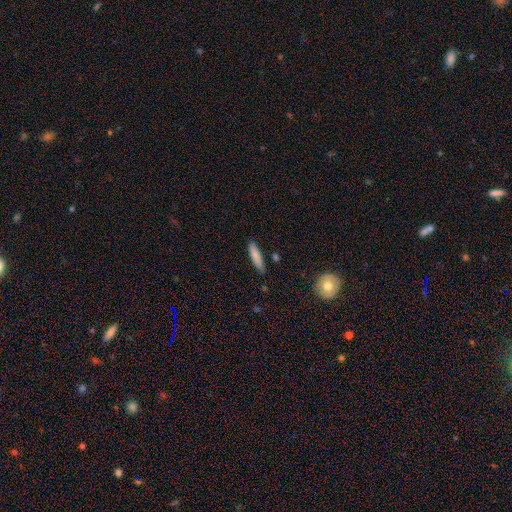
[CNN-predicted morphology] smooth 83%, featured or disk 10%, star or artifact 7%. Down the decision tree: how rounded — cigar-shaped (76%); merging — none (80%).